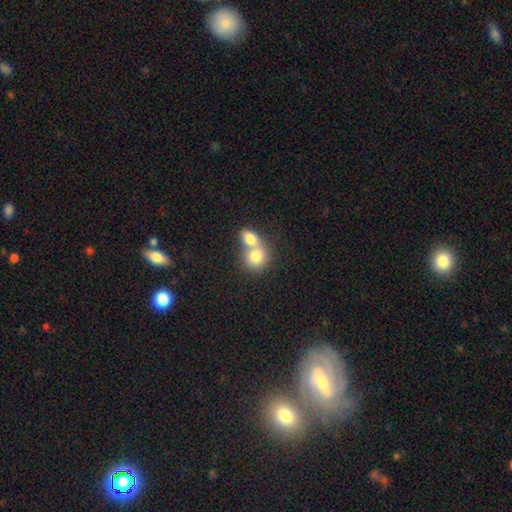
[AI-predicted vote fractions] Overall: smooth (79%). How rounded: round (65%; in between 34%). Merging: merger (69%).